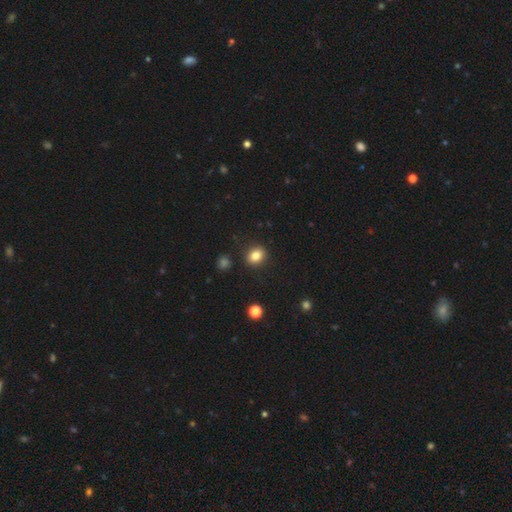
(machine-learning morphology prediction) Overall: smooth (83%). How rounded: round (52%; in between 47%). Merging: none (88%).